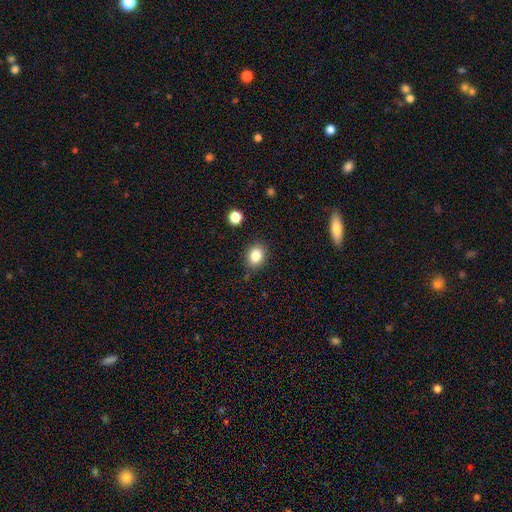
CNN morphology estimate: Overall: smooth (84%). How rounded: in between (59%; round 40%). Merging: none (84%).